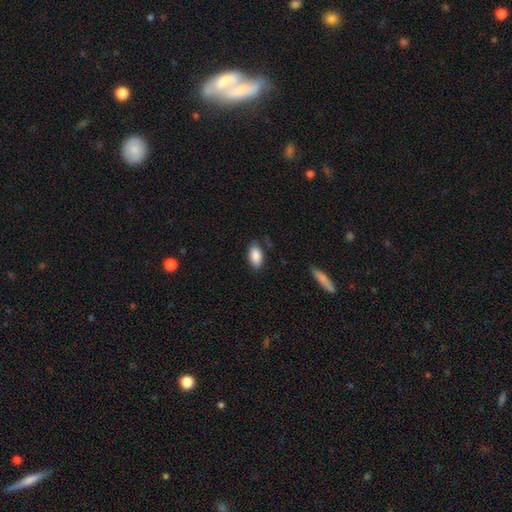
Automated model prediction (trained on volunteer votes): Smooth or featured: smooth — 88% (star or artifact — 7%)
How rounded: in between — 93% (round — 3%)
Merging: none — 80% (minor disturbance — 15%)